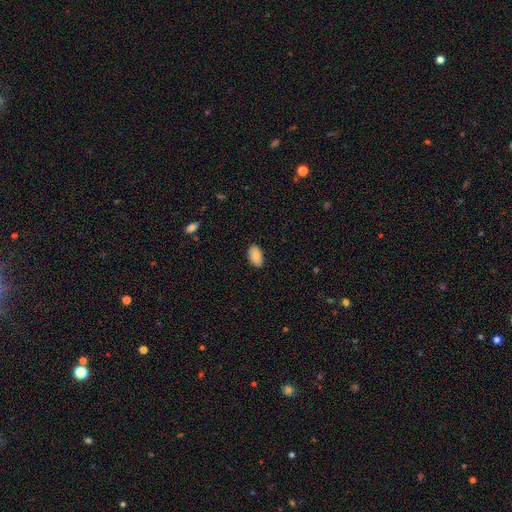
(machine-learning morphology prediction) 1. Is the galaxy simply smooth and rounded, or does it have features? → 82% smooth, 11% featured or disk, 7% star or artifact.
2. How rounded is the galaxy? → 94% in between, 5% round, 2% cigar-shaped.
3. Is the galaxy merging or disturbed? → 86% none, 11% minor disturbance, 2% major disturbance, 1% merger.